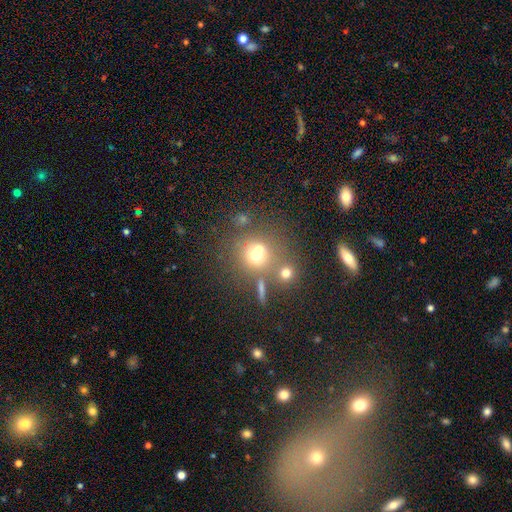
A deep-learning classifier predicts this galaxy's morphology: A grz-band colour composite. It shows a smooth galaxy with no disk features (59%) that is round (85%). Merging: none (47%).